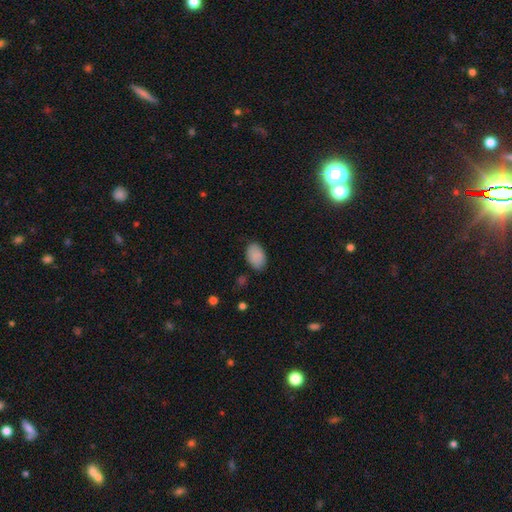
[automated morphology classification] smooth_or_featured: smooth (p=0.89) [alt: star or artifact p=0.07]
how_rounded: in between (p=0.91) [alt: round p=0.08]
merging: none (p=0.84) [alt: minor disturbance p=0.12]